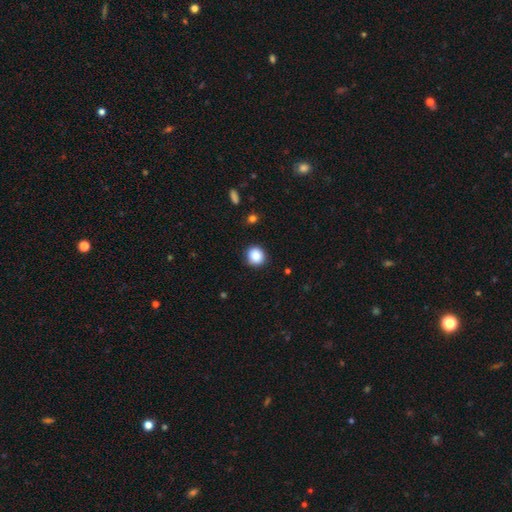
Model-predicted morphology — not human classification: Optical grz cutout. It shows a smooth galaxy with no disk features (87%) that is round (87%). Merging: none (88%).